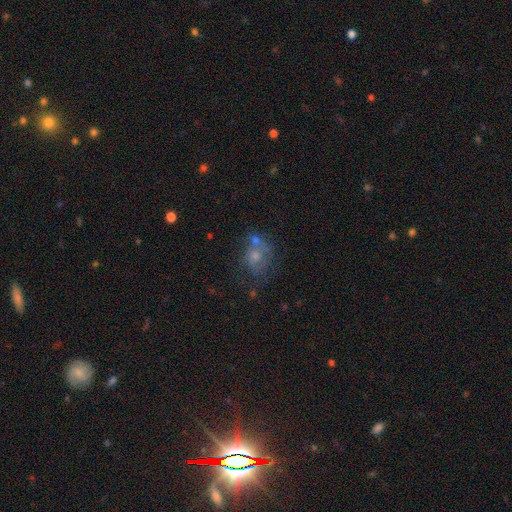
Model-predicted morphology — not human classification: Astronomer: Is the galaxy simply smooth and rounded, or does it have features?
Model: smooth — 47% (runner-up: featured or disk, 35%).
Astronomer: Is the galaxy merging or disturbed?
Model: none — 43% (runner-up: merger, 21%).